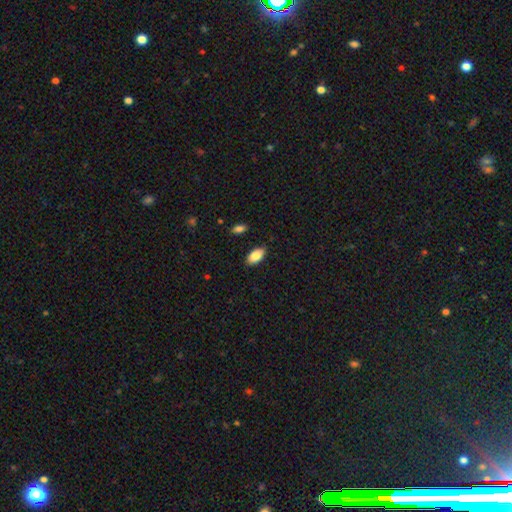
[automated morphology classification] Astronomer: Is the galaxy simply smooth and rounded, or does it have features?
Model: smooth — 85%.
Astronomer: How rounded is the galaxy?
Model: in between — 93%.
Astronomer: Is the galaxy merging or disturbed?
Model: none — 86%.